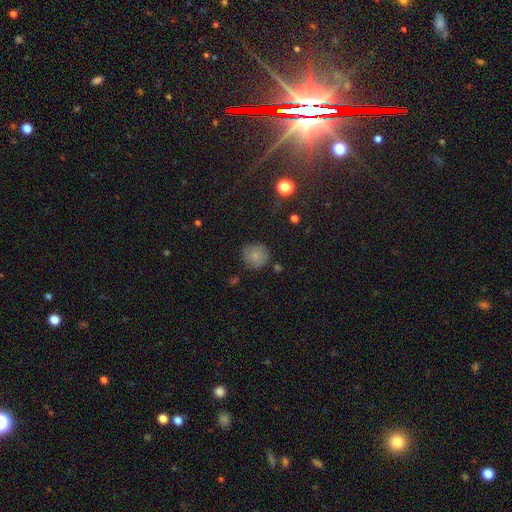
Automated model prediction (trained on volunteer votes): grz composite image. It shows a smooth galaxy with no disk features (75%) that is round (88%). Merging: none (74%).